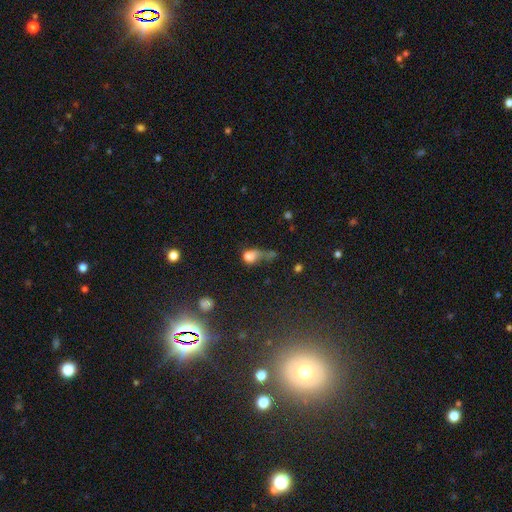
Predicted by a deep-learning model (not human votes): Smooth or featured? smooth (65%)
How rounded? round (62%)
Merging? none (33%)